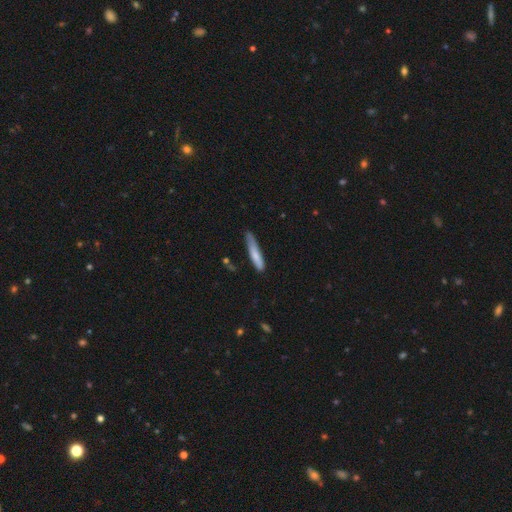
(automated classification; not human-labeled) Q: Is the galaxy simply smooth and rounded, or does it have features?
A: smooth — 73%.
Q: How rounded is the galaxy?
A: cigar-shaped — 89%.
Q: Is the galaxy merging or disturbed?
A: none — 61%.